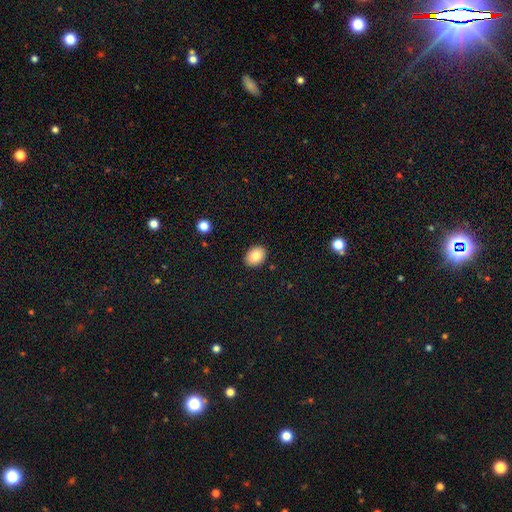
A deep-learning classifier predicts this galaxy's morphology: type=smooth (85%); roundness=in between (72%); merging=none (89%).